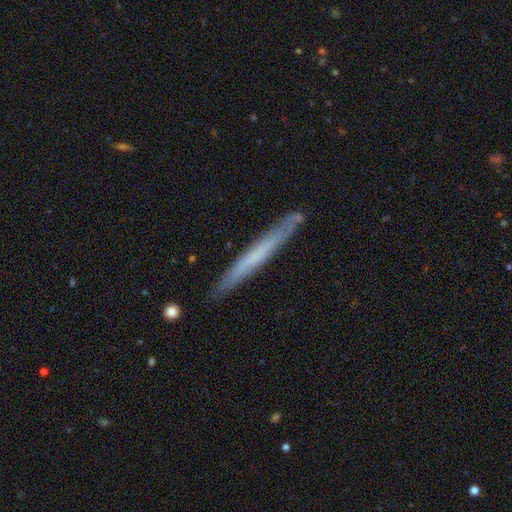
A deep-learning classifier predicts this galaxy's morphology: The model was most divided on "smooth or featured": smooth: 49%, featured or disk: 45%, star or artifact: 6%. More confident: merging — none (86%).